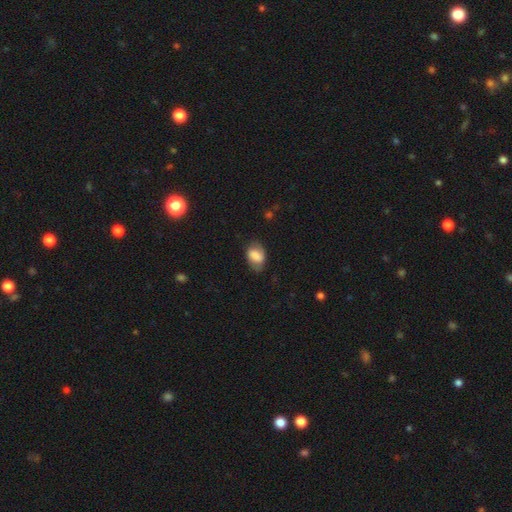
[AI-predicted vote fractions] This appears to be a smooth galaxy with no disk features (73%) that is in between round and cigar-shaped (83%). Merging: none (67%).